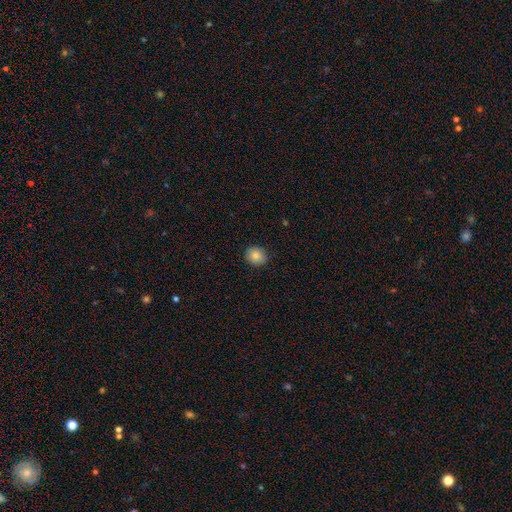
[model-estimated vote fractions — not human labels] smooth_or_featured: smooth (p=0.86) [alt: star or artifact p=0.09]
how_rounded: round (p=0.83) [alt: in between p=0.16]
merging: none (p=0.90) [alt: minor disturbance p=0.07]